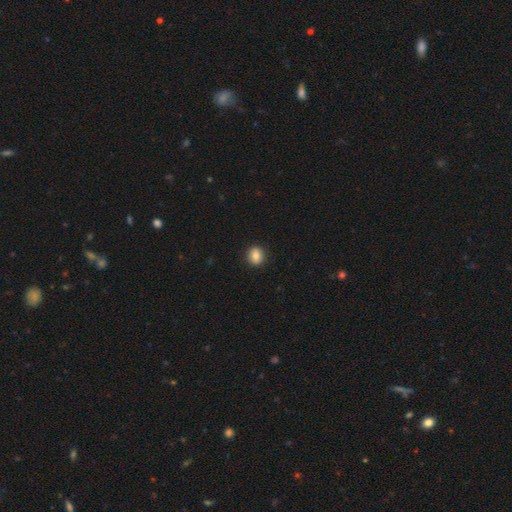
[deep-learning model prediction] smooth-or-featured: smooth: 81% | star or artifact: 10% | featured or disk: 9%
  how-rounded: round: 75% | in between: 24% | cigar-shaped: 1%
  merging: none: 90% | minor disturbance: 7% | major disturbance: 2% | merger: 1%